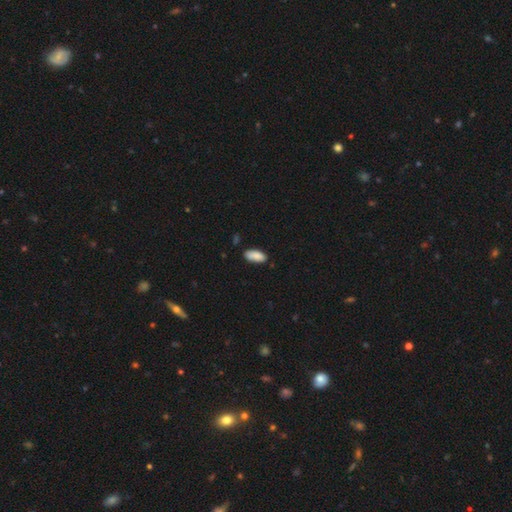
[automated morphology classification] type=smooth (89%); roundness=in between (88%); merging=none (82%).